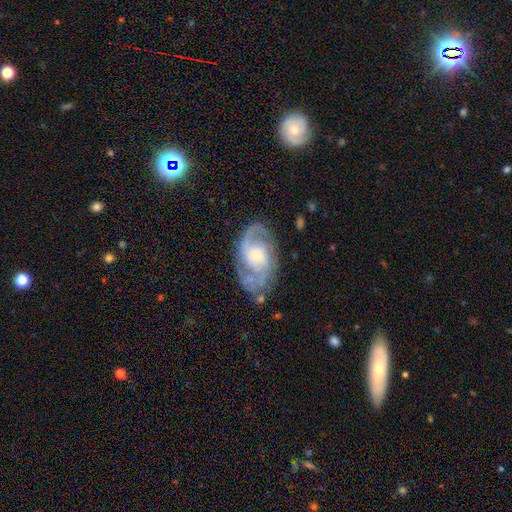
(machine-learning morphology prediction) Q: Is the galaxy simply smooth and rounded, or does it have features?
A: featured or disk — 84%.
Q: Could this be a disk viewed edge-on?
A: no — 97%.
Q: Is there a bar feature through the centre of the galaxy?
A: no — 59%.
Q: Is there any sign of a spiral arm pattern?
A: yes — 95%.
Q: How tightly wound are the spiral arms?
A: medium — 49%.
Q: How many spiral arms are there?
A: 2 — 72%.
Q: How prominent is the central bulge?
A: moderate — 39%, tied with small.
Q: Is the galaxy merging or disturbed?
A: none — 72%.